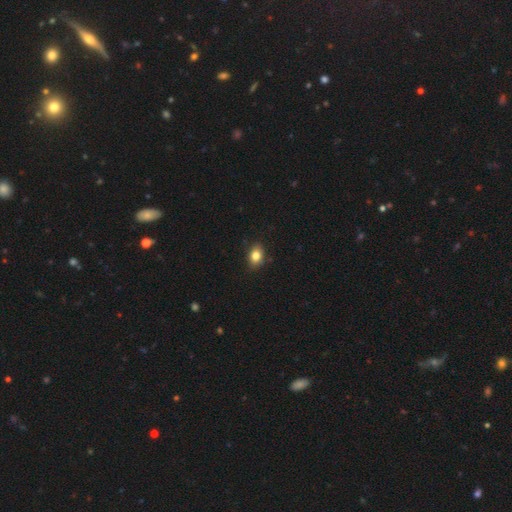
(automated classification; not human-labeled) A smooth galaxy with no disk features (83%) that is in between round and cigar-shaped (70%). Merging: none (84%).